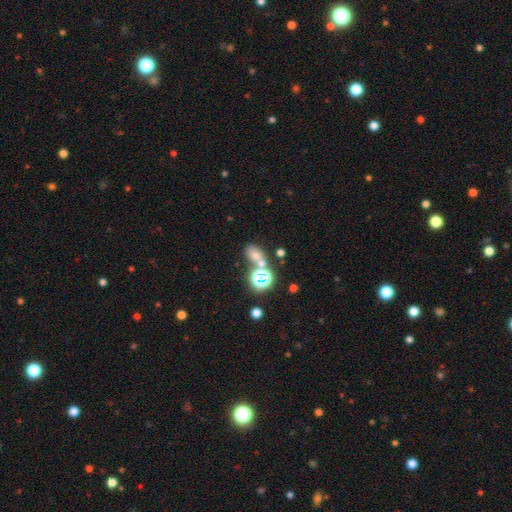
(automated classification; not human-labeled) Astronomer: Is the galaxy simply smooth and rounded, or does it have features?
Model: smooth — 54% (runner-up: star or artifact, 32%).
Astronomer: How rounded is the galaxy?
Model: in between — 62%.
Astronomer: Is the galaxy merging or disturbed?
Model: none — 51% (runner-up: merger, 32%).